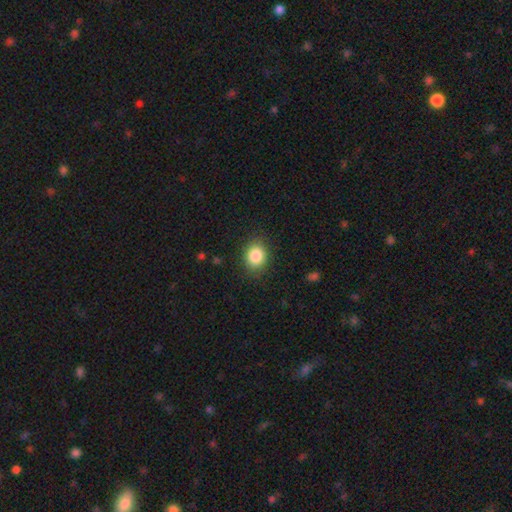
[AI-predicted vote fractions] Smooth or featured?
  - smooth: 85% *
  - star or artifact: 9%
  - featured or disk: 5%
How rounded?
  - round: 53% *
  - in between: 46%
  - cigar-shaped: 1%
Merging?
  - none: 86% *
  - minor disturbance: 10%
  - major disturbance: 3%
  - merger: 1%